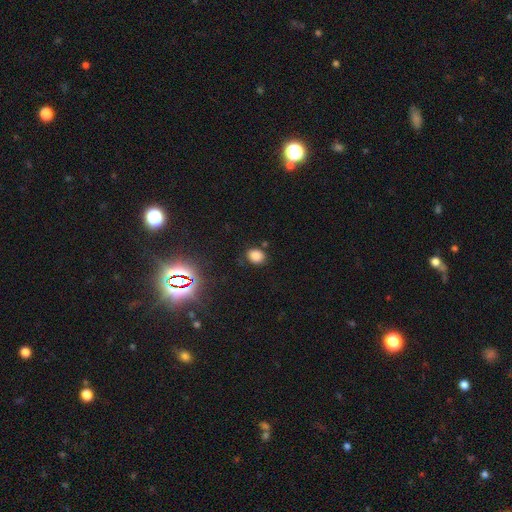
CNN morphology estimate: Smooth or featured? smooth (80%)
How rounded? in between (53%)
Merging? none (80%)